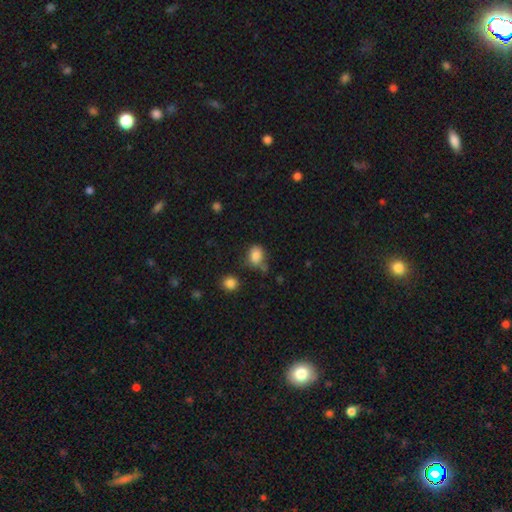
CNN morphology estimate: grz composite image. It shows a smooth galaxy with no disk features (83%) that is in between round and cigar-shaped (54%). Merging: none (61%).